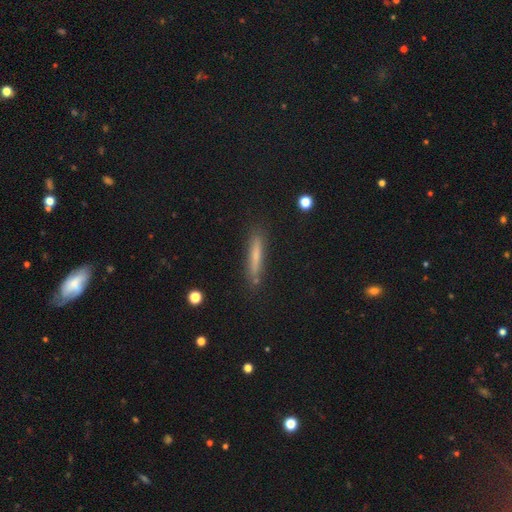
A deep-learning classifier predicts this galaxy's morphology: smooth_or_featured: smooth (p=0.65) [alt: featured or disk p=0.26]
how_rounded: cigar-shaped (p=0.92) [alt: in between p=0.06]
merging: none (p=0.82) [alt: minor disturbance p=0.12]